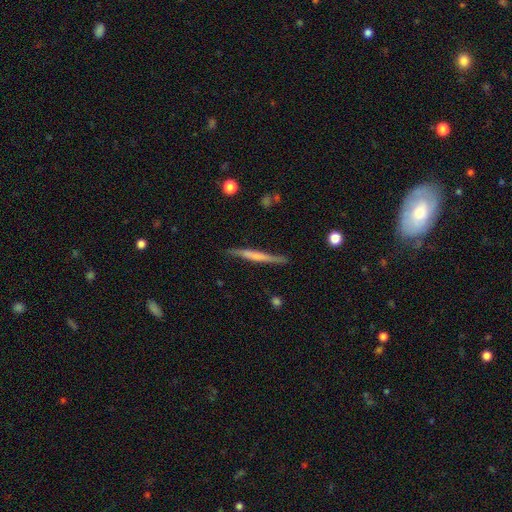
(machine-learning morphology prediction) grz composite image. It shows a featured or disk galaxy (50%) viewed edge-on (95%). Merging: none (84%).